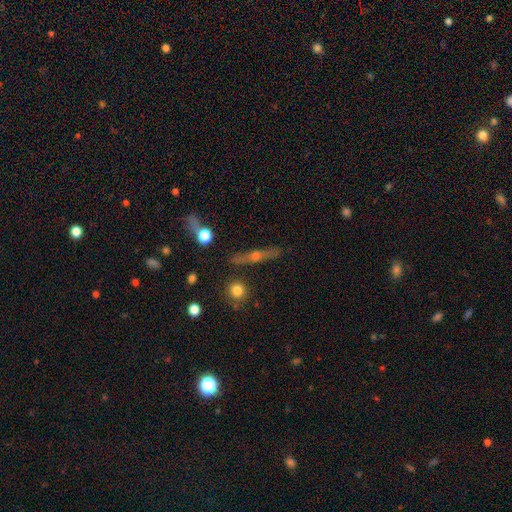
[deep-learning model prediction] Smooth or featured? featured or disk (63%)
Edge-on disk? yes (92%)
Edge-on bulge? rounded (86%)
Merging? none (83%)